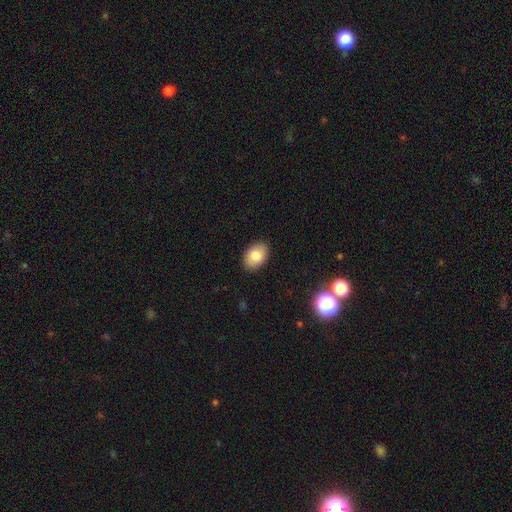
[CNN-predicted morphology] This appears to be a smooth galaxy with no disk features (83%) that is in between round and cigar-shaped (86%). Merging: none (89%).